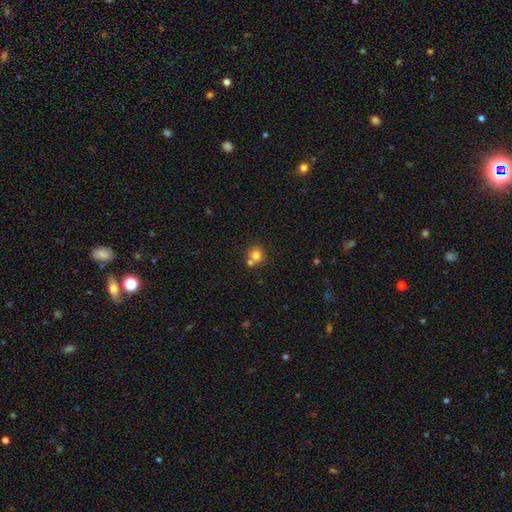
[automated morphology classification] The model was most divided on "merging": none: 59%, merger: 29%, minor disturbance: 9%, major disturbance: 3%. More confident: how rounded — round (86%); smooth or featured — smooth (78%).